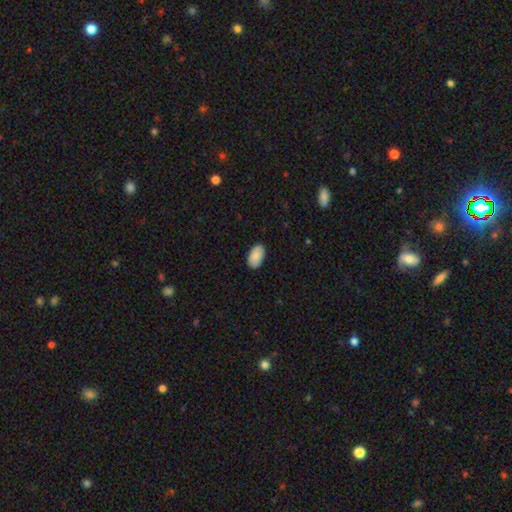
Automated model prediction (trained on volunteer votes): smooth-or-featured: smooth: 88% | star or artifact: 6% | featured or disk: 6%
  how-rounded: in between: 95% | round: 4% | cigar-shaped: 1%
  merging: none: 87% | minor disturbance: 10% | major disturbance: 2% | merger: 1%